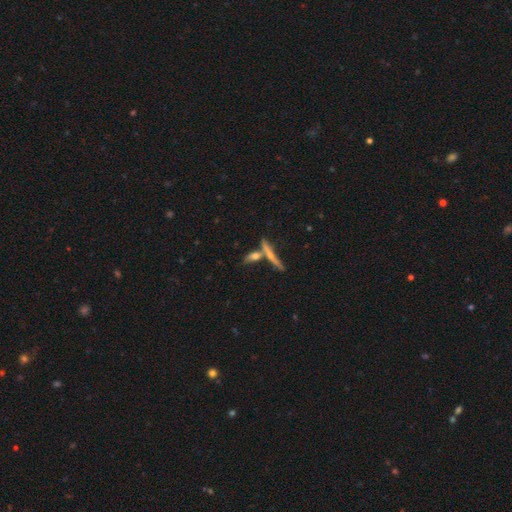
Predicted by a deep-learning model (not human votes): Smooth or featured: smooth — 45% (featured or disk — 44%)
Merging: none — 57% (merger — 28%)